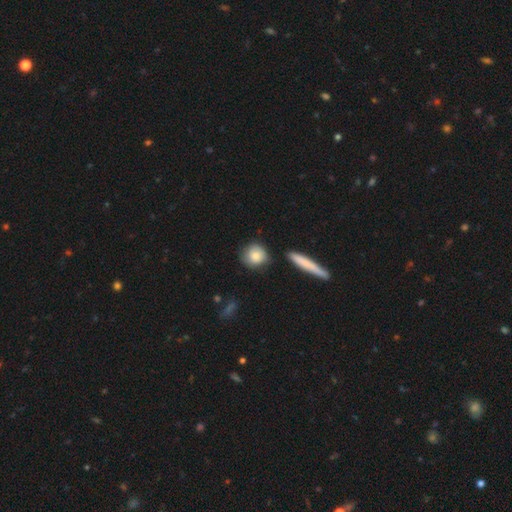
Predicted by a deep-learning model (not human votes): smooth_or_featured: smooth (p=0.84) [alt: featured or disk p=0.10]
how_rounded: round (p=0.79) [alt: in between p=0.17]
merging: none (p=0.73) [alt: minor disturbance p=0.16]